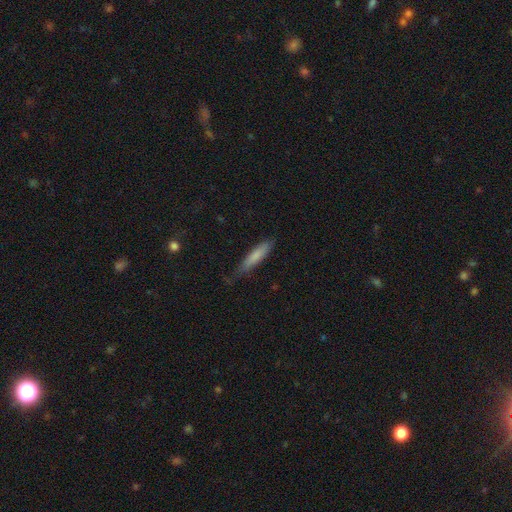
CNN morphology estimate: This appears to be a smooth galaxy with no disk features (77%) that is cigar-shaped (84%). Merging: none (66%).